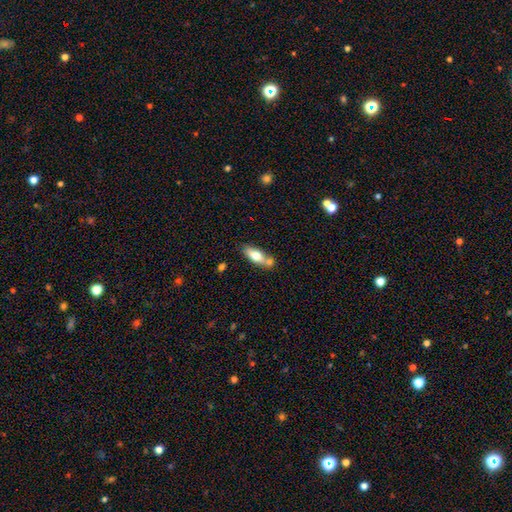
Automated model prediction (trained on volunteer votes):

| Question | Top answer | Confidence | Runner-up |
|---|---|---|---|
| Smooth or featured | smooth | 68% | featured or disk (26%) |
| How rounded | in between | 71% | cigar-shaped (26%) |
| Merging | none | 53% | merger (29%) |